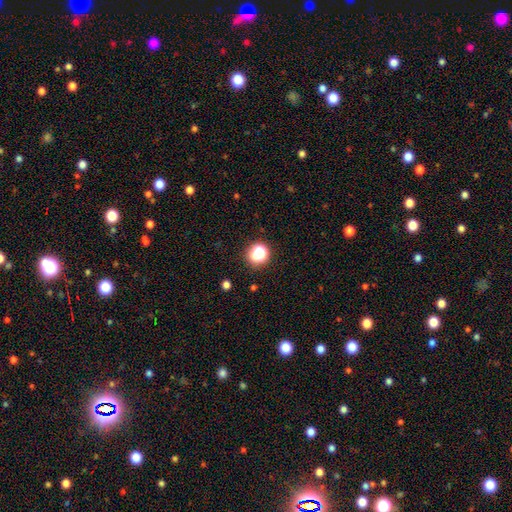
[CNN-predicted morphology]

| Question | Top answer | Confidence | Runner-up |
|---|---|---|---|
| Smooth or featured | smooth | 64% | star or artifact (28%) |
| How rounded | round | 85% | in between (14%) |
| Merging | none | 79% | minor disturbance (11%) |